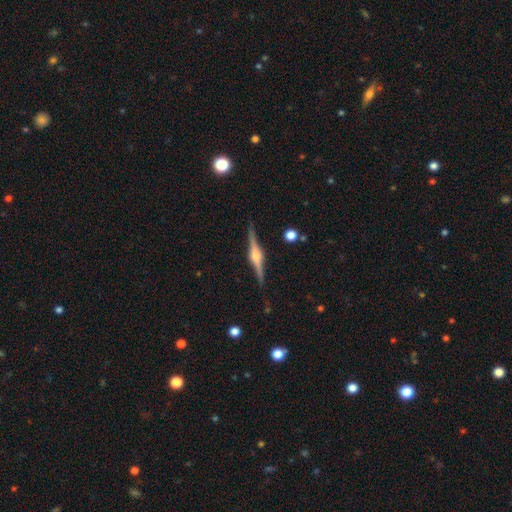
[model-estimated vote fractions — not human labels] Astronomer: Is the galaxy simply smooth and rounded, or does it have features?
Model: featured or disk — 87%.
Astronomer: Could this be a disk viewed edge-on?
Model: yes — 98%.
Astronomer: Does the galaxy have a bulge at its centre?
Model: rounded — 91%.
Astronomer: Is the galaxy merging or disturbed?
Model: none — 90%.